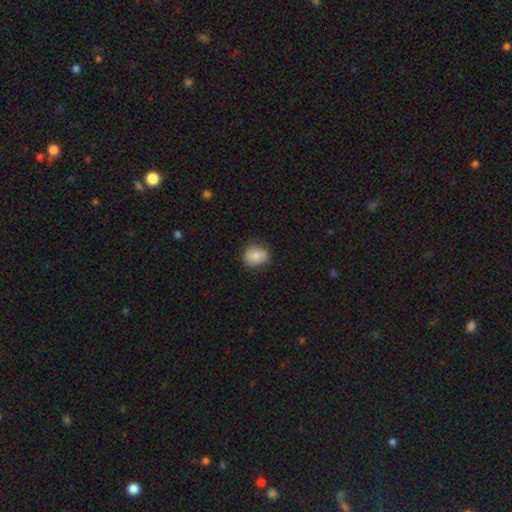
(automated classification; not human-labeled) Smooth or featured? Predicted: smooth (p=0.78). How rounded? Predicted: round (p=0.50). Merging? Predicted: none (p=0.72).